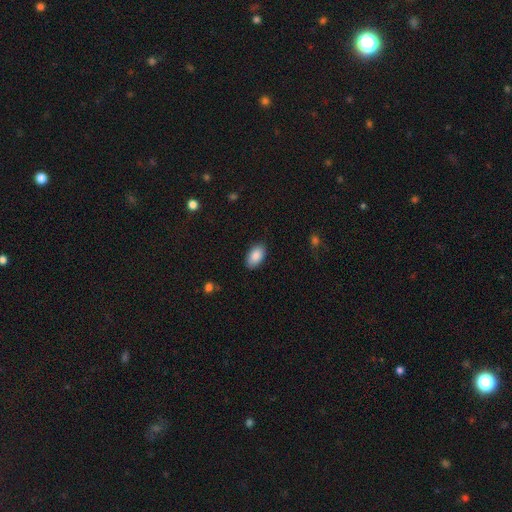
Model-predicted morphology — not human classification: smooth_or_featured: smooth (p=0.88) [alt: star or artifact p=0.07]
how_rounded: in between (p=0.94) [alt: round p=0.04]
merging: none (p=0.87) [alt: minor disturbance p=0.10]